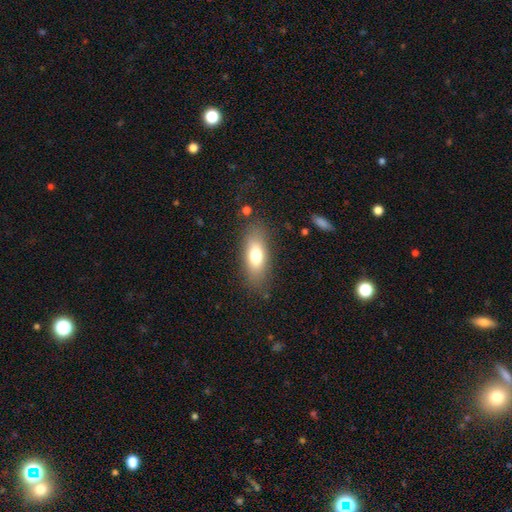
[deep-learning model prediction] The model was most divided on "smooth or featured": smooth: 71%, featured or disk: 20%, star or artifact: 9%. More confident: merging — none (81%); how rounded — in between (74%).